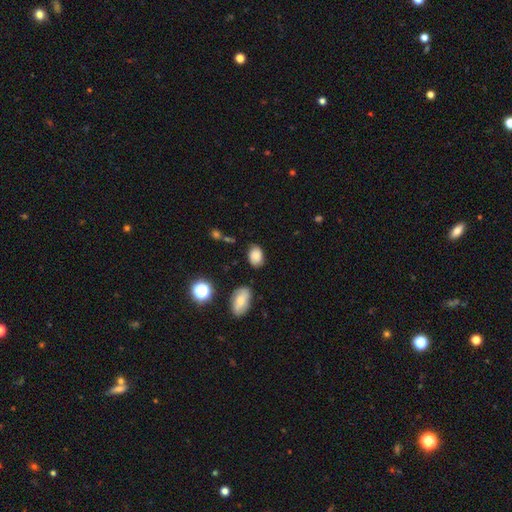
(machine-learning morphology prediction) smooth-or-featured: smooth: 77% | featured or disk: 13% | star or artifact: 11%
  how-rounded: in between: 78% | round: 21% | cigar-shaped: 1%
  merging: none: 73% | minor disturbance: 20% | major disturbance: 5% | merger: 3%